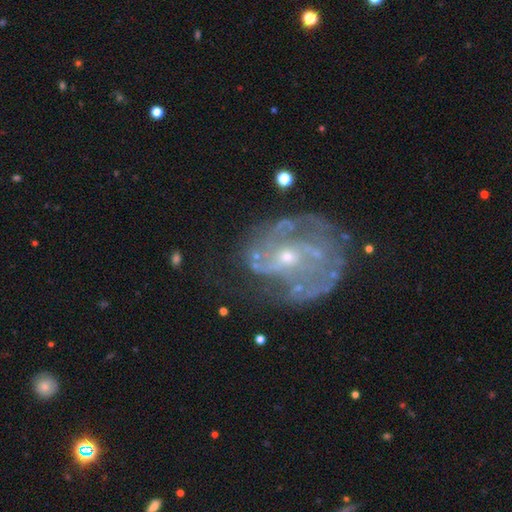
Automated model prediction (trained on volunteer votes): Smooth or featured? Predicted: featured or disk (p=0.79). Edge-on disk? Predicted: no (p=0.97). Bar? Predicted: no (p=0.69). Spiral arms? Predicted: yes (p=0.80). Spiral winding? Predicted: medium (p=0.43). Spiral arm count? Predicted: 2 (p=0.42). Bulge size? Predicted: small (p=0.70). Merging? Predicted: none (p=0.48).